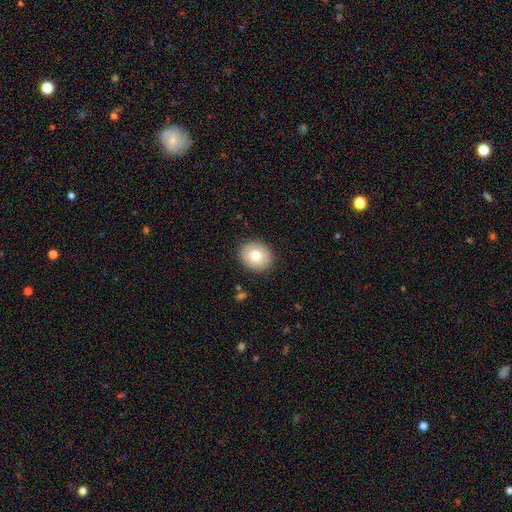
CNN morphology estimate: Smooth or featured: smooth — 80% (featured or disk — 13%)
How rounded: round — 63% (in between — 37%)
Merging: none — 89% (minor disturbance — 8%)